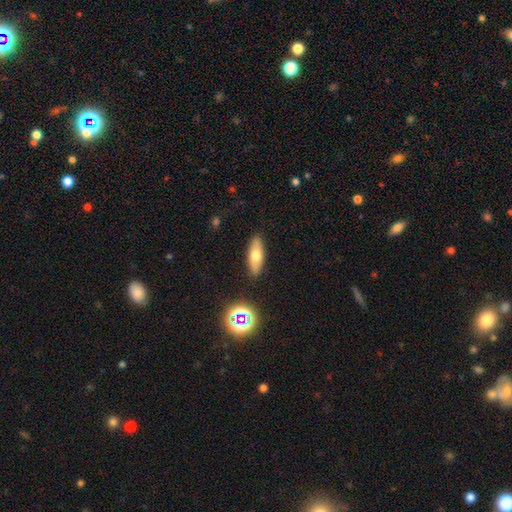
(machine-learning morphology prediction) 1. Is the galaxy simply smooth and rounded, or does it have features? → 66% smooth, 24% featured or disk, 9% star or artifact.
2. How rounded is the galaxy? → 67% in between, 30% cigar-shaped, 3% round.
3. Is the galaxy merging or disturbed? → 88% none, 9% minor disturbance, 2% major disturbance, 2% merger.